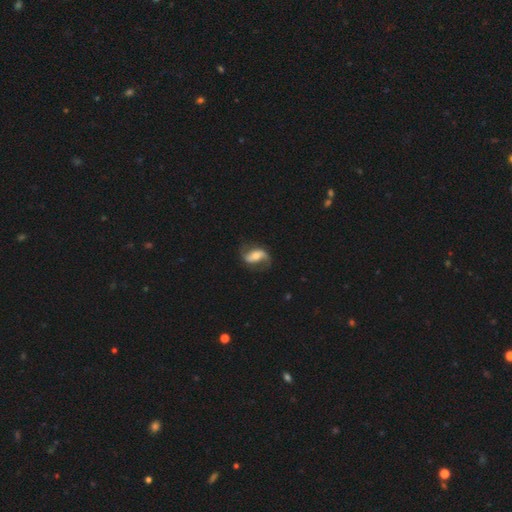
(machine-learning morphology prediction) featured or disk 73%, smooth 20%, star or artifact 6%. Down the decision tree: edge-on disk — no (95%); bar — weak (35%); spiral arms — yes (92%); spiral arm count — 2 (86%); spiral winding — loose (60%); bulge size — moderate (51%); merging — none (68%).